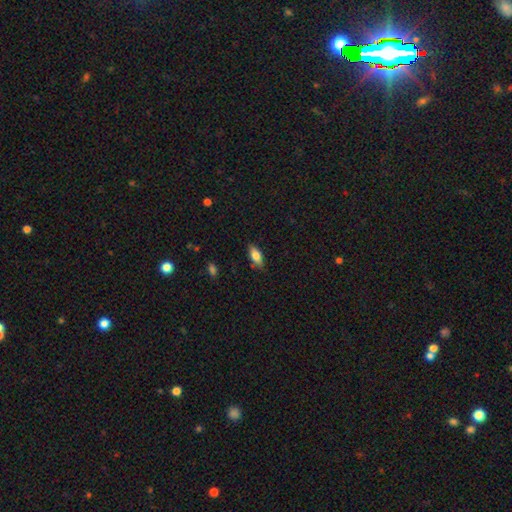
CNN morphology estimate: smooth_or_featured: smooth (p=0.72) [alt: featured or disk p=0.21]
how_rounded: in between (p=0.77) [alt: cigar-shaped p=0.20]
merging: none (p=0.83) [alt: minor disturbance p=0.13]